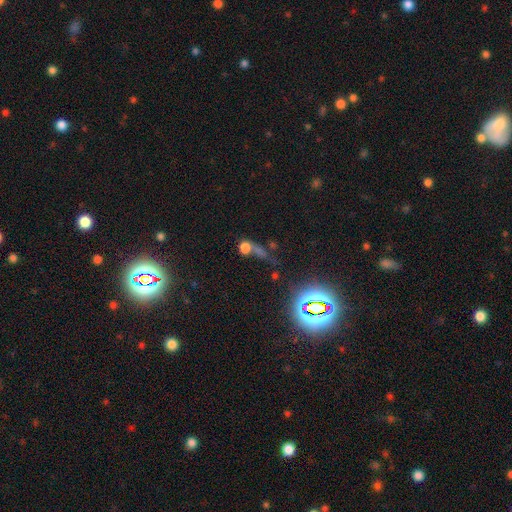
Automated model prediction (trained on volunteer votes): Overall: smooth (54%; star or artifact 31%). How rounded: round (68%). Merging: none (33%; merger 32%).